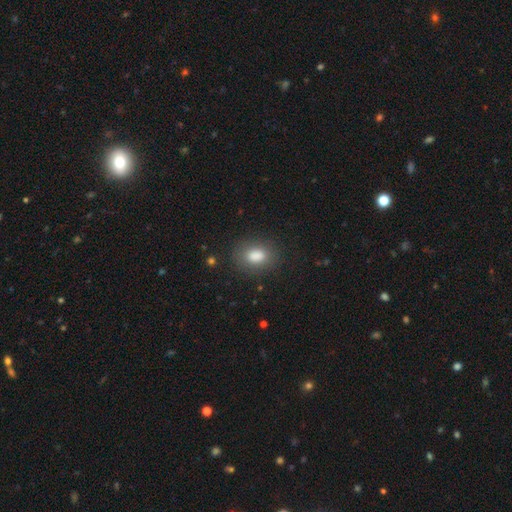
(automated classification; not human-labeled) Q: Smooth or featured?
A: smooth (83%); runner-up: star or artifact (10%)
Q: How rounded?
A: in between (68%); runner-up: round (30%)
Q: Merging?
A: none (82%); runner-up: minor disturbance (12%)